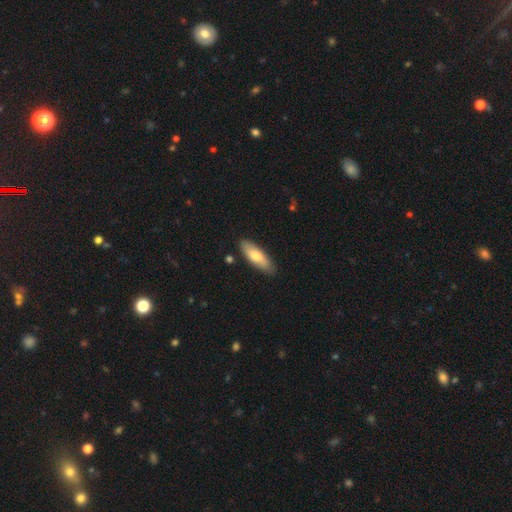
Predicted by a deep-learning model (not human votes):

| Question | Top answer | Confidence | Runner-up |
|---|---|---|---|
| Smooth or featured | smooth | 71% | featured or disk (24%) |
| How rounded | in between | 59% | cigar-shaped (40%) |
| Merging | none | 86% | minor disturbance (10%) |